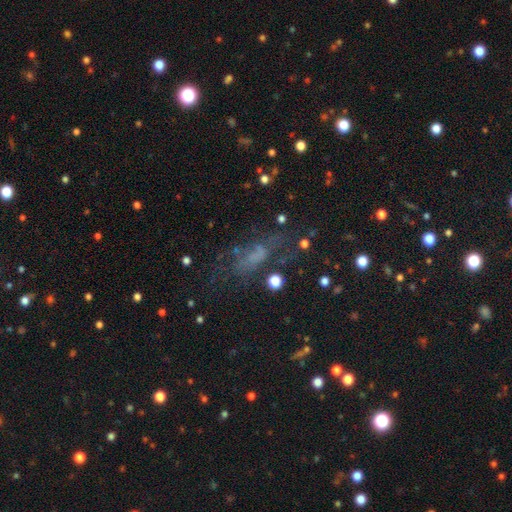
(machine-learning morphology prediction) Smooth or featured? smooth (41%)
Merging? none (48%)